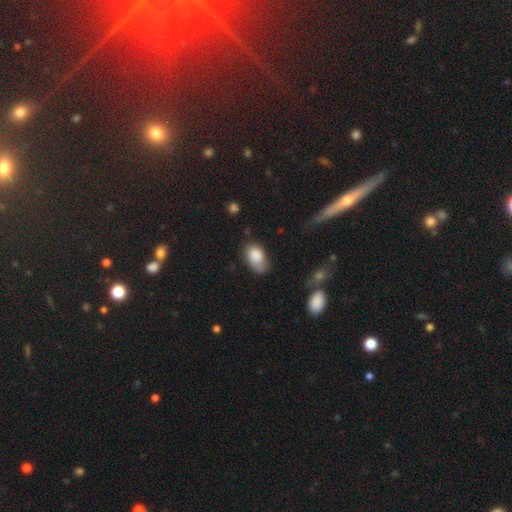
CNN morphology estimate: Smooth or featured? smooth (78%)
How rounded? in between (89%)
Merging? none (49%)